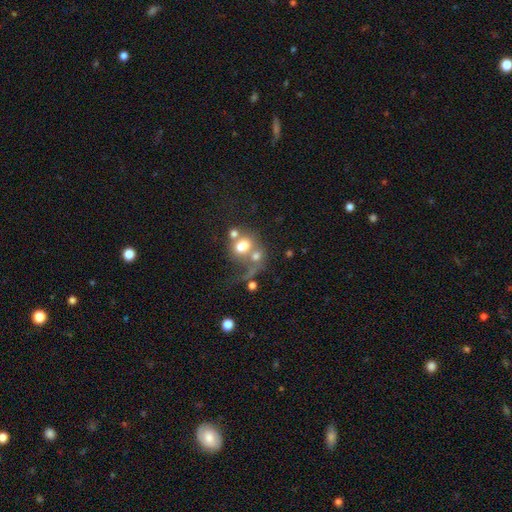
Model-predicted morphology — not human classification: smooth_or_featured: smooth (p=0.58) [alt: featured or disk p=0.27]
how_rounded: in between (p=0.49) [tied with: round p=0.49]
merging: merger (p=0.54) [alt: none p=0.19]